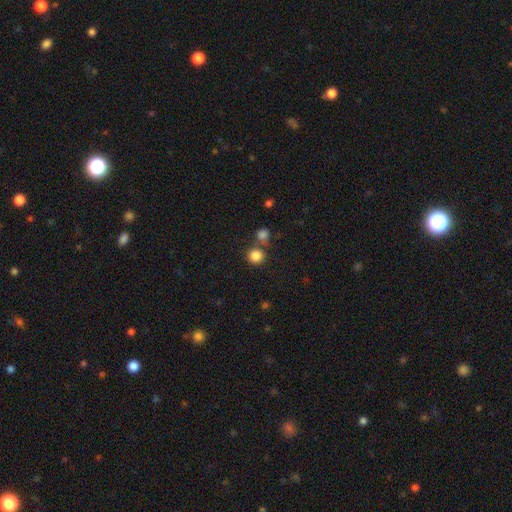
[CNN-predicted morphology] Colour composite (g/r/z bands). It shows a smooth galaxy with no disk features (84%) that is round (90%). Merging: none (66%).